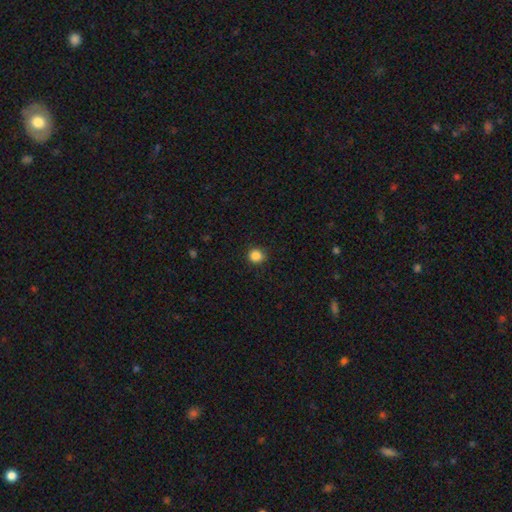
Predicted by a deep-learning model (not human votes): The model was most divided on "smooth or featured": smooth: 86%, star or artifact: 11%, featured or disk: 3%. More confident: merging — none (91%); how rounded — round (90%).